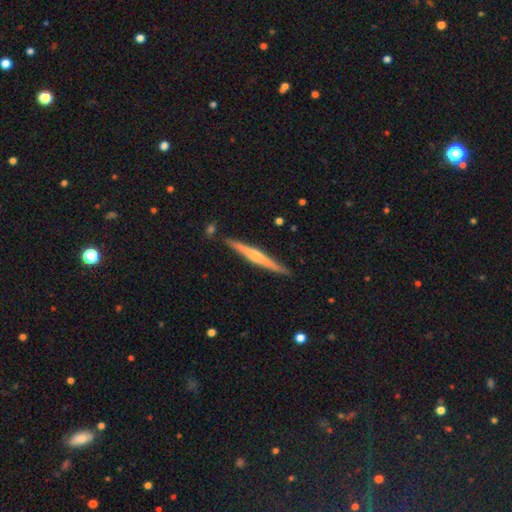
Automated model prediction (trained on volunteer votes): This is likely a featured or disk galaxy (66%). It is clearly viewed edge-on (98%). Edge-on bulge: likely rounded (70%). Merging: clearly none (88%).